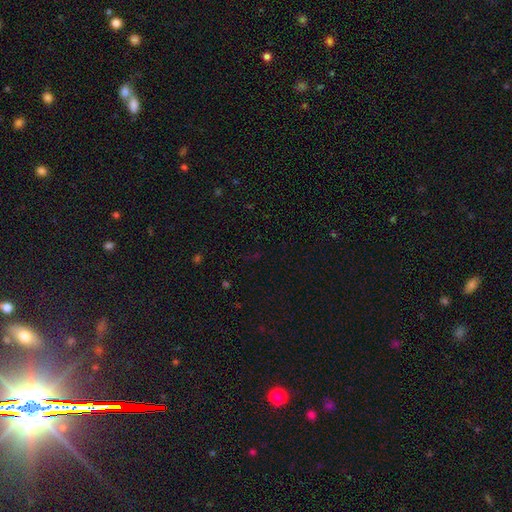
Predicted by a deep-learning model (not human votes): Morphology: type=star or artifact (68%).